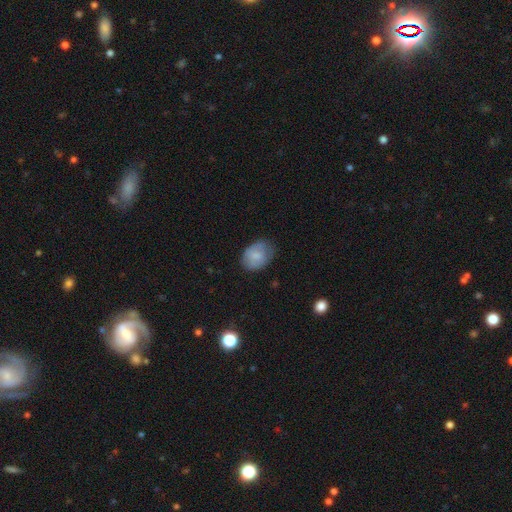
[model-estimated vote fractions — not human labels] smooth-or-featured: smooth: 77% | featured or disk: 15% | star or artifact: 7%
  how-rounded: in between: 71% | round: 28% | cigar-shaped: 1%
  merging: none: 65% | minor disturbance: 27% | major disturbance: 7% | merger: 1%